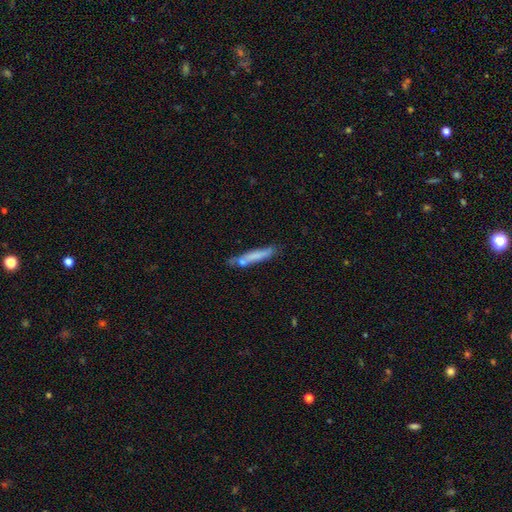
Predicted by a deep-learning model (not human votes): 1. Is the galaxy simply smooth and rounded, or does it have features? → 68% smooth, 25% featured or disk, 7% star or artifact.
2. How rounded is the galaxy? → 90% cigar-shaped, 8% in between, 2% round.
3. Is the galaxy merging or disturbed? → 61% none, 21% minor disturbance, 12% merger, 6% major disturbance.